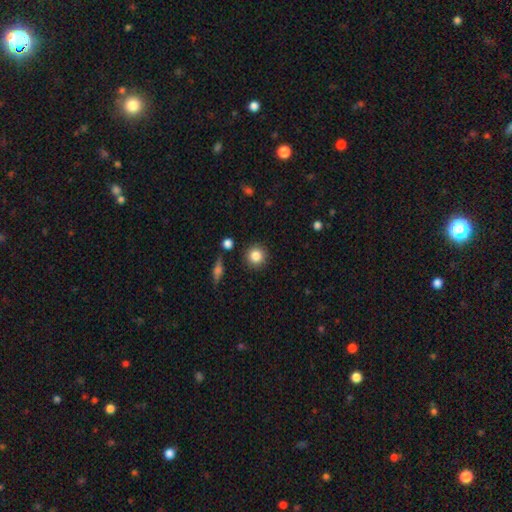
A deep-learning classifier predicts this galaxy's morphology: smooth-or-featured: smooth: 84% | star or artifact: 9% | featured or disk: 7%
  how-rounded: round: 92% | in between: 7% | cigar-shaped: 1%
  merging: none: 89% | minor disturbance: 7% | merger: 3% | major disturbance: 2%